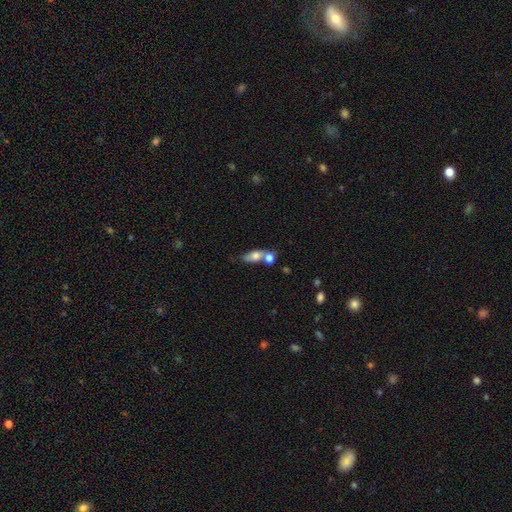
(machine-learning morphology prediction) This is likely a smooth galaxy (71%). How rounded: likely in between (74%). Merging: marginally merger (42%).